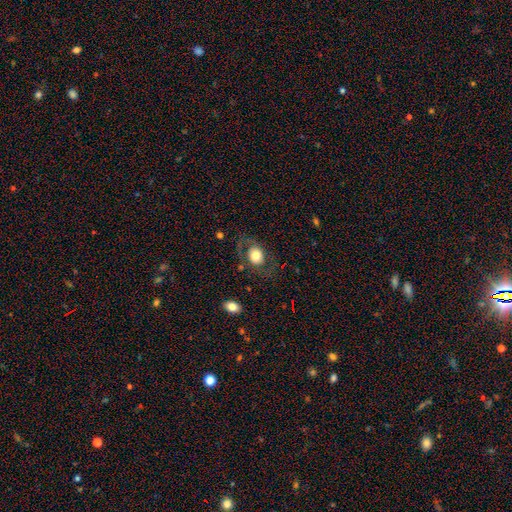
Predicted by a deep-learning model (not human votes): smooth-or-featured: smooth: 64% | featured or disk: 29% | star or artifact: 7%
  how-rounded: round: 53% | in between: 45% | cigar-shaped: 1%
  merging: none: 68% | minor disturbance: 15% | major disturbance: 14% | merger: 2%